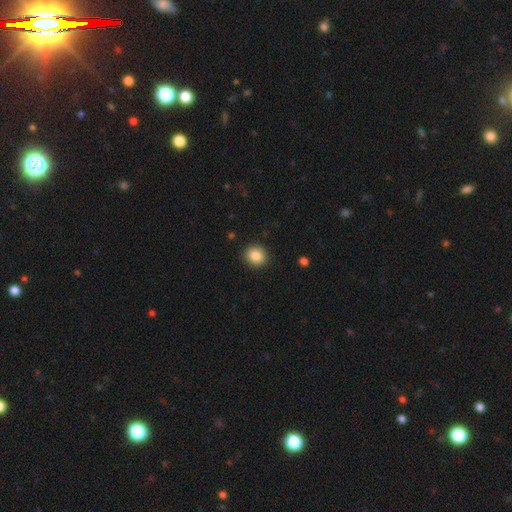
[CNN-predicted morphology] Smooth or featured?
  - smooth: 86% *
  - star or artifact: 9%
  - featured or disk: 5%
How rounded?
  - round: 86% *
  - in between: 13%
  - cigar-shaped: 1%
Merging?
  - none: 91% *
  - minor disturbance: 6%
  - major disturbance: 2%
  - merger: 1%